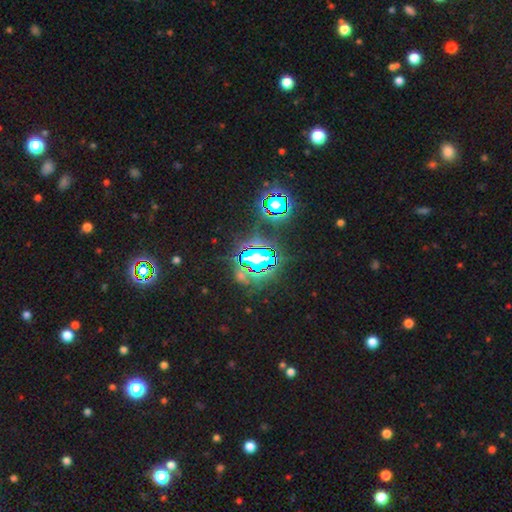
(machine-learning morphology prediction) star or artifact 80%, smooth 12%, featured or disk 8%.